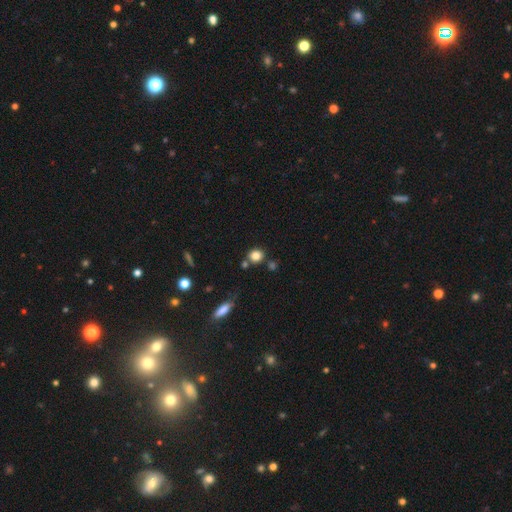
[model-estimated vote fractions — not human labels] The model was most divided on "merging": none: 74%, merger: 12%, minor disturbance: 11%, major disturbance: 3%. More confident: smooth or featured — smooth (82%); how rounded — round (81%).